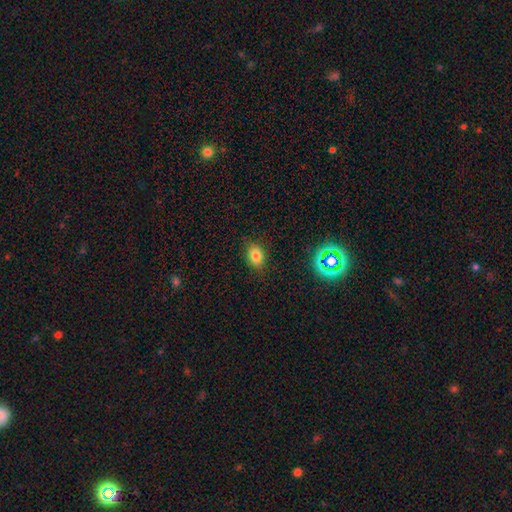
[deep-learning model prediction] This appears to be a smooth galaxy with no disk features (79%) that is in between round and cigar-shaped (68%). Merging: none (85%).